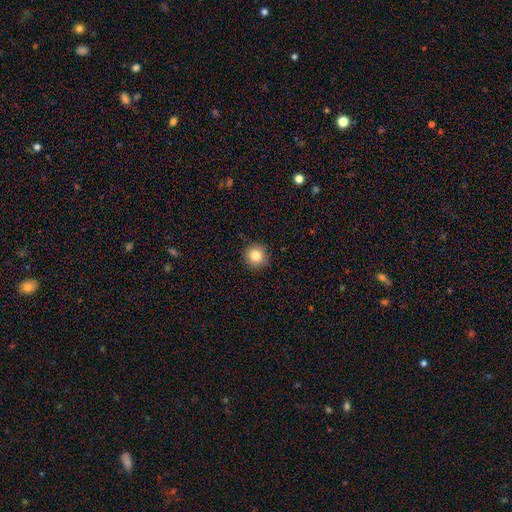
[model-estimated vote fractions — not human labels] smooth 83%, star or artifact 10%, featured or disk 7%. Down the decision tree: how rounded — round (93%); merging — none (89%).